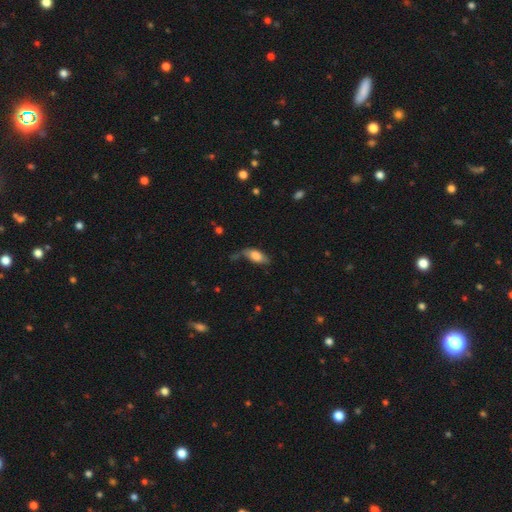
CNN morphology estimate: Smooth or featured? Predicted: smooth (p=0.77). How rounded? Predicted: in between (p=0.87). Merging? Predicted: none (p=0.50).